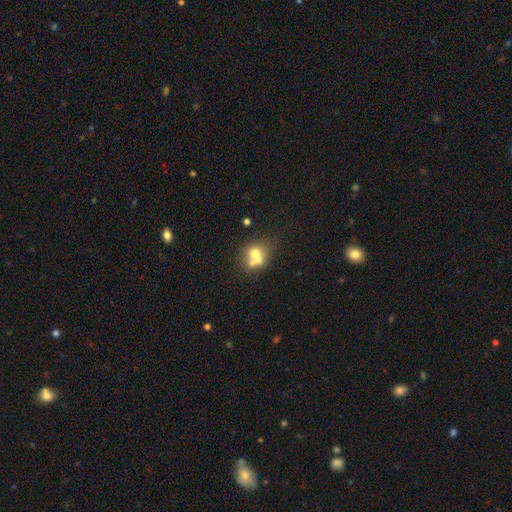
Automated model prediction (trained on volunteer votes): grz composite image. It shows a smooth galaxy with no disk features (58%) that is round (73%). Merging: merger (56%).